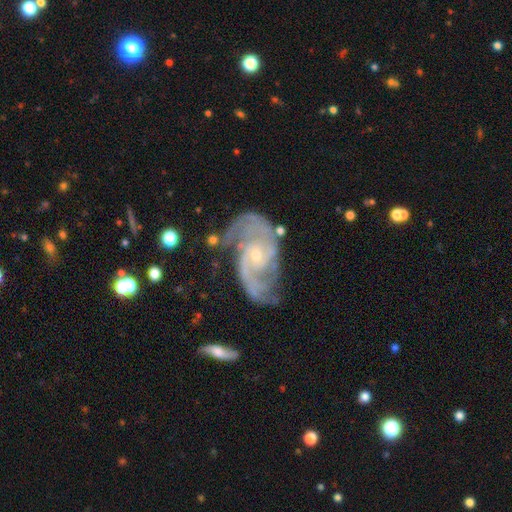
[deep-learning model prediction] A featured or disk galaxy (90%) with no bar (62%), 2 (71%) medium (48%) spiral arms (98%) and a small central bulge (78%). Merging: none (60%).